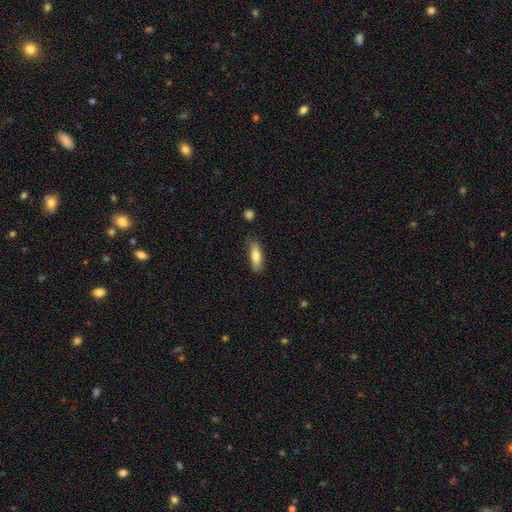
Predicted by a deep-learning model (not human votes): A smooth galaxy with no disk features (77%) that is in between round and cigar-shaped (54%).

Vote fractions:
- Smooth or featured? smooth: 77% / featured or disk: 16% / star or artifact: 6%
- How rounded? in between: 54% / cigar-shaped: 44% / round: 2%
- Merging? none: 78% / minor disturbance: 17% / major disturbance: 3% / merger: 2%